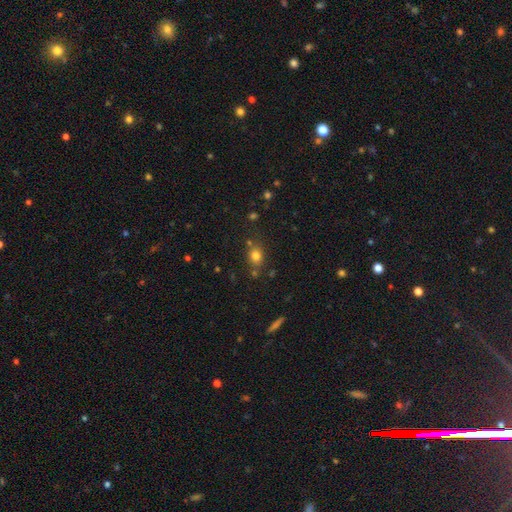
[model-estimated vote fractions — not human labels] smooth 77%, star or artifact 15%, featured or disk 9%. Down the decision tree: how rounded — round (55%); merging — none (72%).